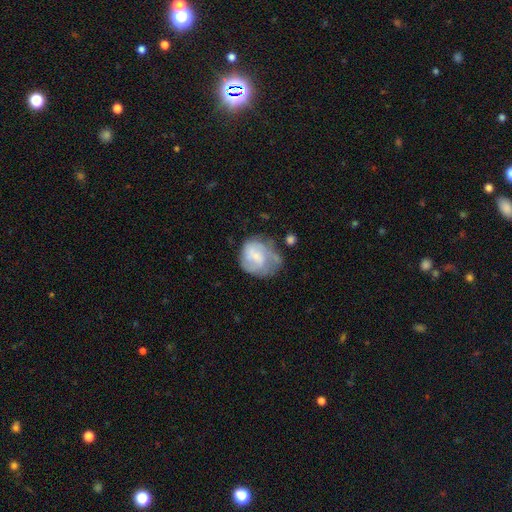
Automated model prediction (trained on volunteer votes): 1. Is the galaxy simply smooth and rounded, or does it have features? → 48% featured or disk, 44% smooth, 7% star or artifact.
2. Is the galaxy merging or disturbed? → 40% none, 30% minor disturbance, 24% major disturbance, 5% merger.